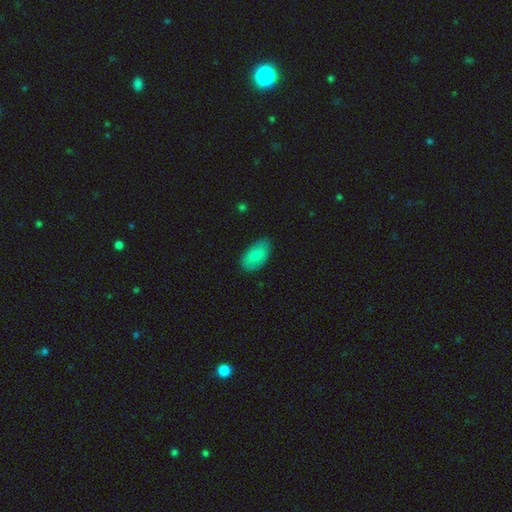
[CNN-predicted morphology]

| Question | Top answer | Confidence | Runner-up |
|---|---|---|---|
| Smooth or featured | smooth | 78% | featured or disk (16%) |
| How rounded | in between | 94% | round (4%) |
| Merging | none | 79% | minor disturbance (17%) |